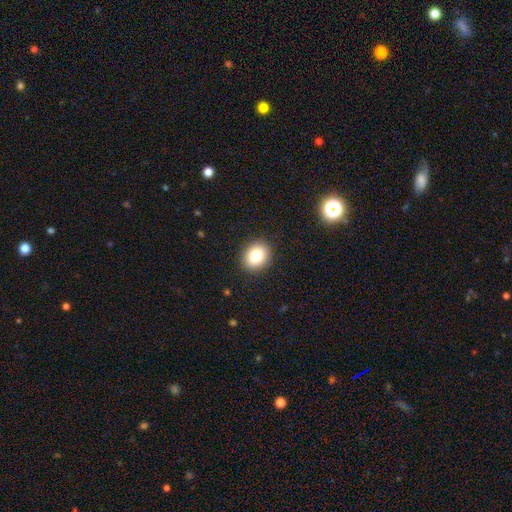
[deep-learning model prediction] smooth_or_featured: smooth (p=0.83) [alt: star or artifact p=0.10]
how_rounded: round (p=0.58) [alt: in between p=0.41]
merging: none (p=0.89) [alt: minor disturbance p=0.07]